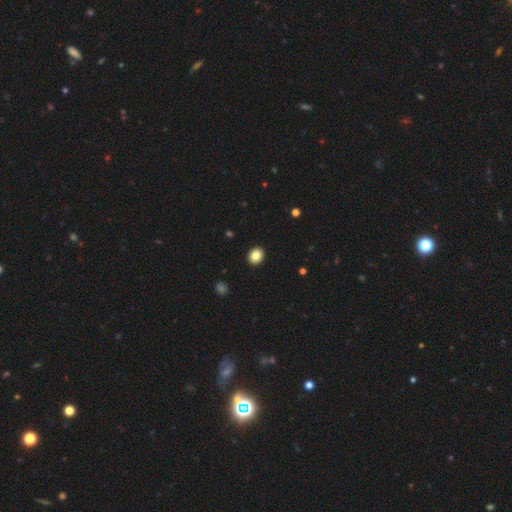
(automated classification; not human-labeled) smooth-or-featured: smooth: 85% | star or artifact: 9% | featured or disk: 6%
  how-rounded: round: 57% | in between: 42% | cigar-shaped: 1%
  merging: none: 92% | minor disturbance: 5% | major disturbance: 2% | merger: 1%